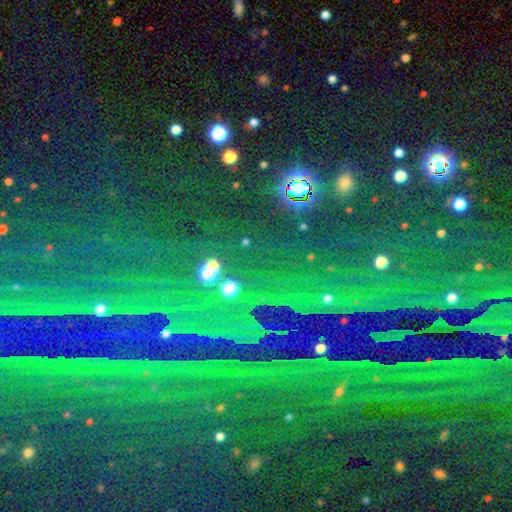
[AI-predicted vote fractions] The model was most divided on "smooth or featured": star or artifact: 85%, smooth: 8%, featured or disk: 7%.